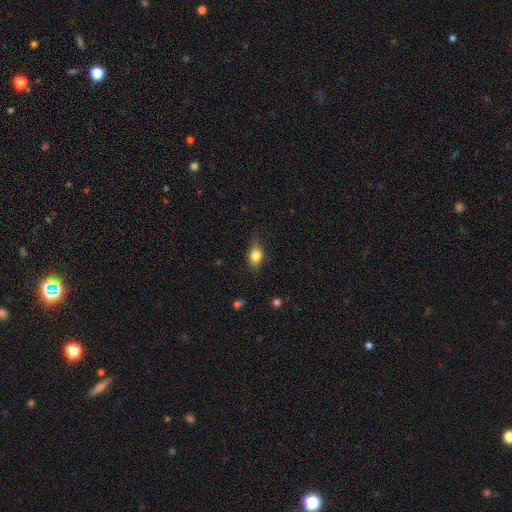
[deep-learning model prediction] Morphology: type=smooth (79%); roundness=in between (72%); merging=none (70%).